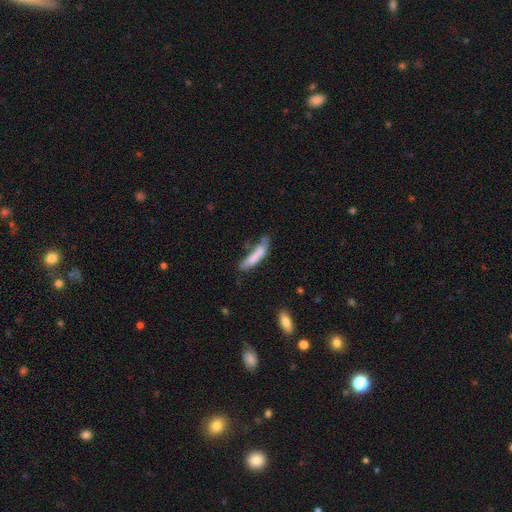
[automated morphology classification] This appears to be a smooth galaxy with no disk features (70%) that is cigar-shaped (79%). Merging: none (38%).